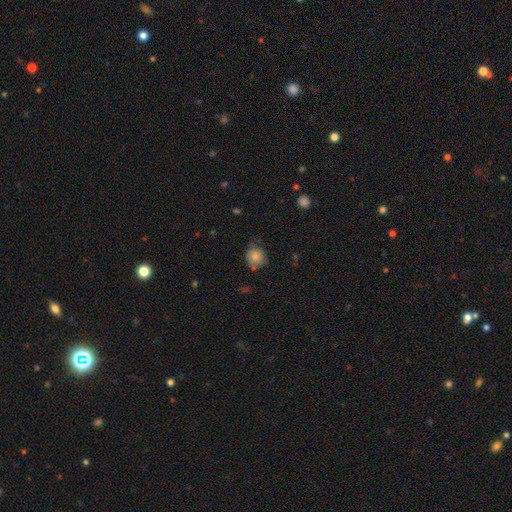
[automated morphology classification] Smooth or featured?
  - smooth: 80% *
  - featured or disk: 10%
  - star or artifact: 9%
How rounded?
  - round: 81% *
  - in between: 18%
  - cigar-shaped: 1%
Merging?
  - none: 62% *
  - minor disturbance: 27%
  - major disturbance: 6%
  - merger: 4%